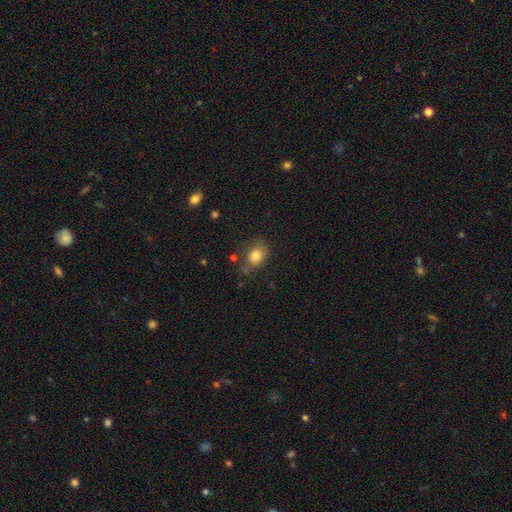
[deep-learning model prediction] Morphology: type=smooth (81%); roundness=in between (57%); merging=none (67%).